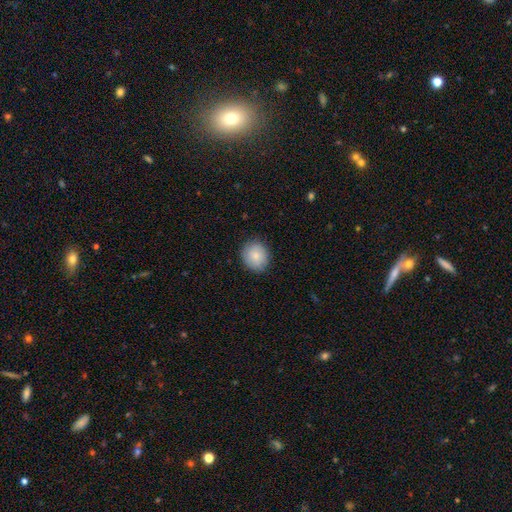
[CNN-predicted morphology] smooth-or-featured: smooth: 81% | featured or disk: 12% | star or artifact: 7%
  how-rounded: round: 76% | in between: 23% | cigar-shaped: 1%
  merging: none: 86% | minor disturbance: 11% | major disturbance: 2% | merger: 1%